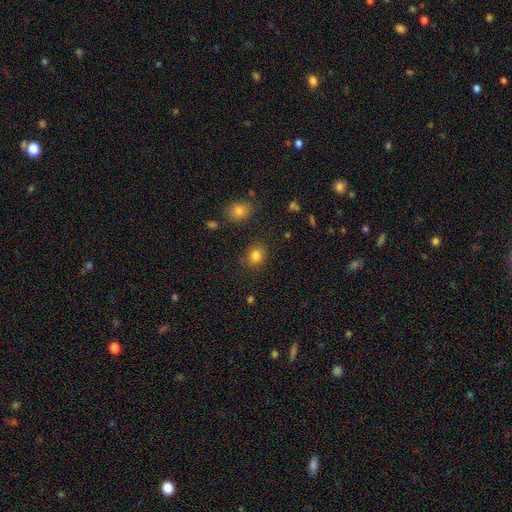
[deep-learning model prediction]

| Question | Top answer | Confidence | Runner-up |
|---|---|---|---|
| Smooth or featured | smooth | 83% | star or artifact (12%) |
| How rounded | round | 65% | in between (34%) |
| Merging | none | 82% | minor disturbance (12%) |